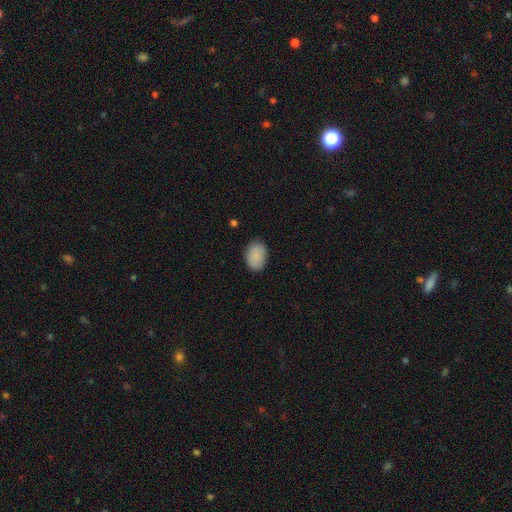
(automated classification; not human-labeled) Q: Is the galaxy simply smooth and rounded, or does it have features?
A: smooth — 89%.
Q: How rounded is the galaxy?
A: in between — 80%.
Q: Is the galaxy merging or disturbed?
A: none — 85%.